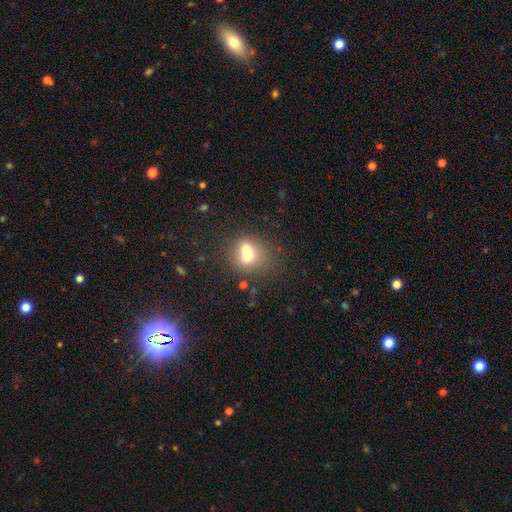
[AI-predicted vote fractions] Q: Smooth or featured?
A: smooth (53%); runner-up: star or artifact (34%)
Q: How rounded?
A: round (58%); runner-up: in between (40%)
Q: Merging?
A: none (68%); runner-up: minor disturbance (15%)